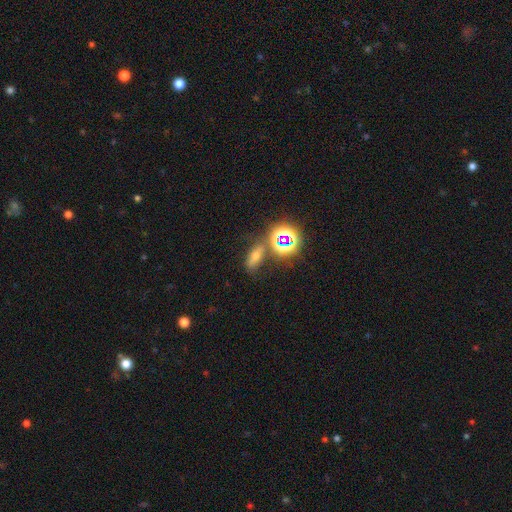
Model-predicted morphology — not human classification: Smooth or featured? smooth (48%)
Merging? none (65%)